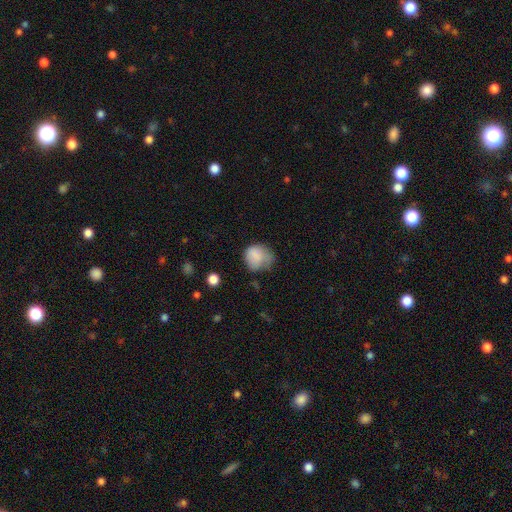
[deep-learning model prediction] Smooth or featured? smooth (80%)
How rounded? round (72%)
Merging? none (40%)